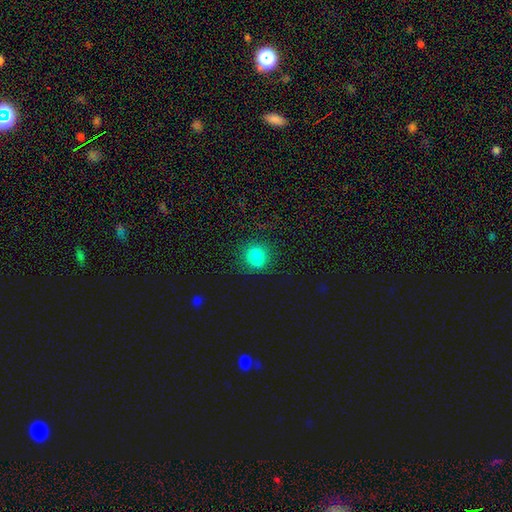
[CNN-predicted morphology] smooth_or_featured: smooth (p=0.80) [alt: star or artifact p=0.13]
how_rounded: in between (p=0.54) [alt: round p=0.42]
merging: none (p=0.70) [alt: minor disturbance p=0.18]